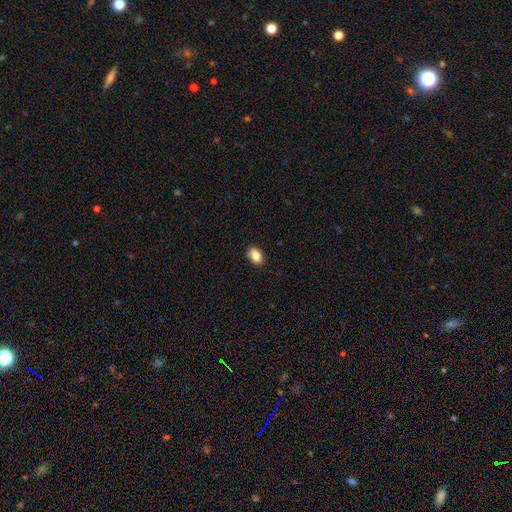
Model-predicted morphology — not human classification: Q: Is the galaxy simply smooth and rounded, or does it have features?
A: smooth — 85%.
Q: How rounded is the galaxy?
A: in between — 82%.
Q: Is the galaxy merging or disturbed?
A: none — 85%.